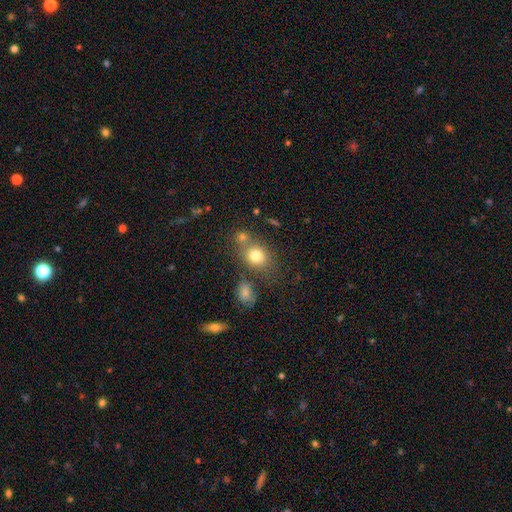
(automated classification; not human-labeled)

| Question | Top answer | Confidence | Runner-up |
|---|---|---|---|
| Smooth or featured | smooth | 77% | star or artifact (12%) |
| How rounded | in between | 50% | round (48%) |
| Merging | none | 58% | merger (21%) |